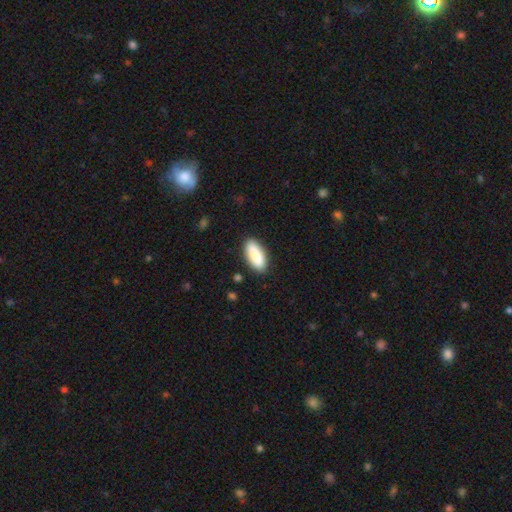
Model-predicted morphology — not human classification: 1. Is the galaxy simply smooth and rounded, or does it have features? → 86% smooth, 8% featured or disk, 6% star or artifact.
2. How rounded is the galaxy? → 80% in between, 18% cigar-shaped, 2% round.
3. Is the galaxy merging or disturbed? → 86% none, 10% minor disturbance, 2% major disturbance, 2% merger.